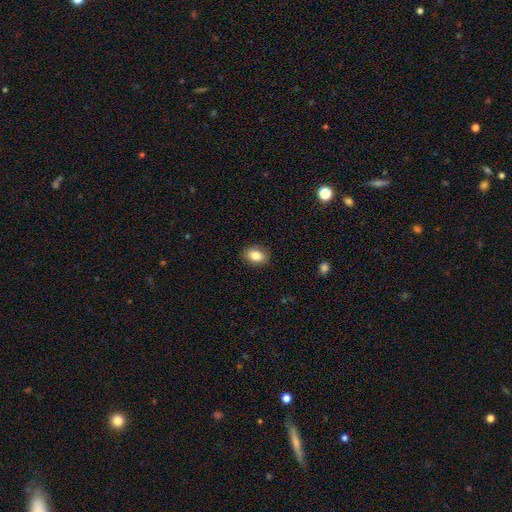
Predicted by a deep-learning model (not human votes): Smooth or featured? Predicted: smooth (p=0.85). How rounded? Predicted: in between (p=0.82). Merging? Predicted: none (p=0.88).